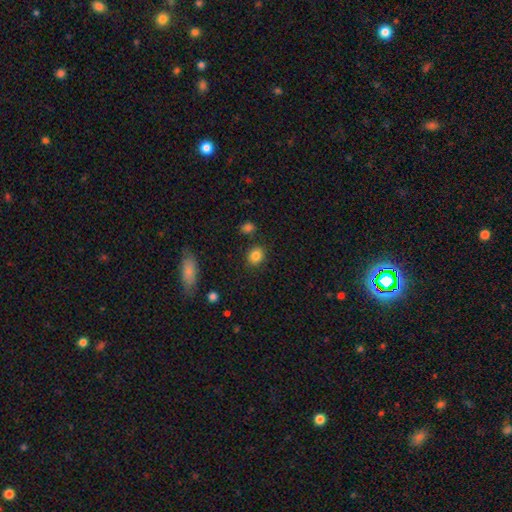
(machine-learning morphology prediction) Smooth or featured: smooth — 84% (star or artifact — 10%)
How rounded: round — 63% (in between — 36%)
Merging: none — 85% (minor disturbance — 9%)